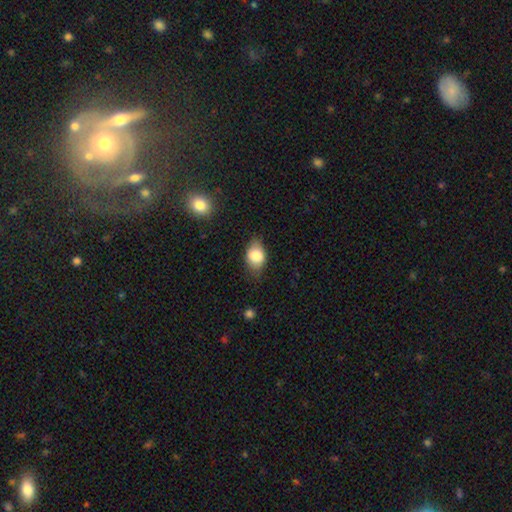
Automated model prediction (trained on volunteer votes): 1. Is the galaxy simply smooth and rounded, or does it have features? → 79% smooth, 13% featured or disk, 8% star or artifact.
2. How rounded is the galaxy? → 76% in between, 22% round, 2% cigar-shaped.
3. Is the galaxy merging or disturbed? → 70% none, 23% minor disturbance, 5% major disturbance, 2% merger.